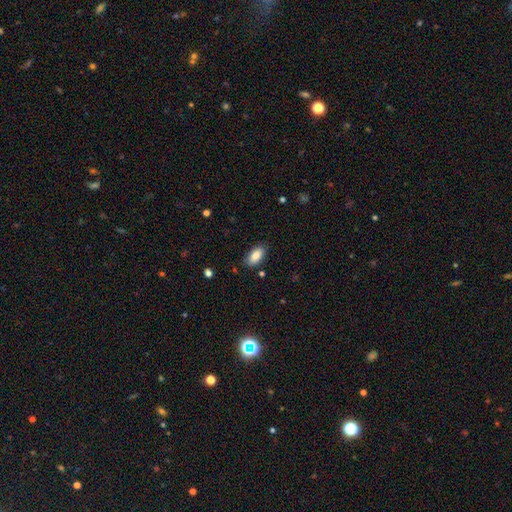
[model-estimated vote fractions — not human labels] smooth_or_featured: smooth (p=0.86) [alt: star or artifact p=0.07]
how_rounded: in between (p=0.91) [alt: cigar-shaped p=0.07]
merging: none (p=0.81) [alt: minor disturbance p=0.14]